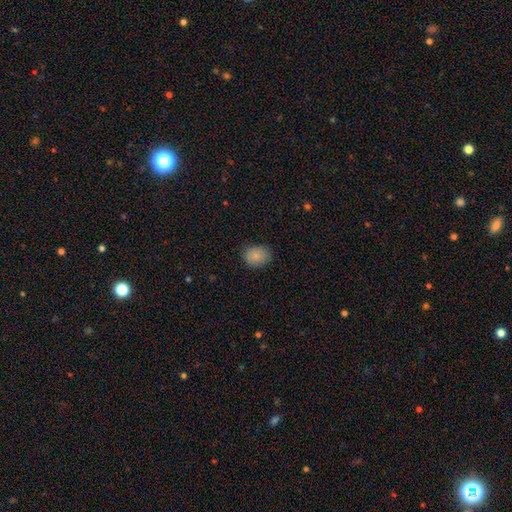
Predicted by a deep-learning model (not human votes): Q: Smooth or featured?
A: smooth (86%); runner-up: star or artifact (9%)
Q: How rounded?
A: round (53%); runner-up: in between (46%)
Q: Merging?
A: none (80%); runner-up: minor disturbance (16%)